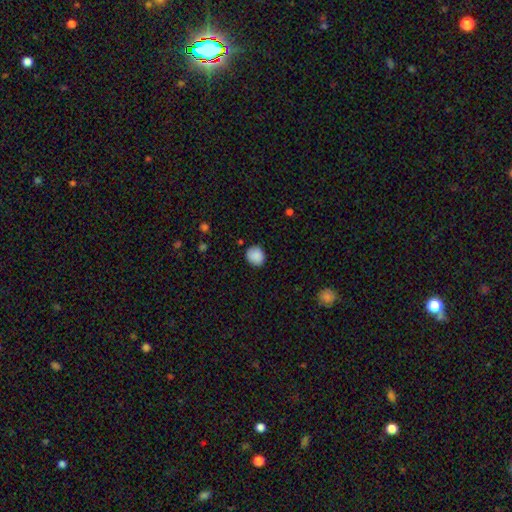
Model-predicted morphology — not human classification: A smooth galaxy with no disk features (88%) that is round (78%). Merging: none (86%).